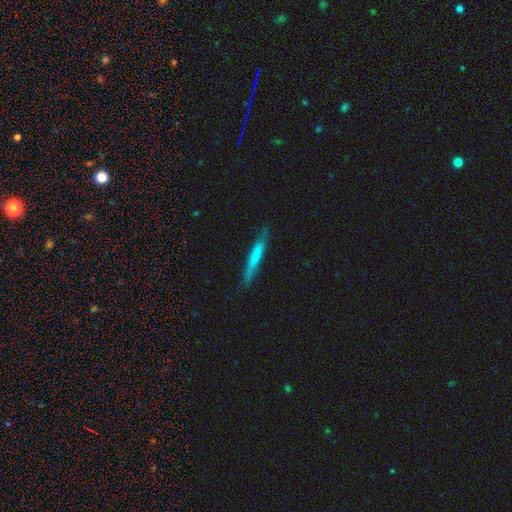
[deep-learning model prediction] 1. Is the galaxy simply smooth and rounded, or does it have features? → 65% smooth, 29% featured or disk, 6% star or artifact.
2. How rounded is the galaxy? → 95% cigar-shaped, 4% in between, 1% round.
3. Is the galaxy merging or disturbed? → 84% none, 13% minor disturbance, 2% major disturbance, 1% merger.